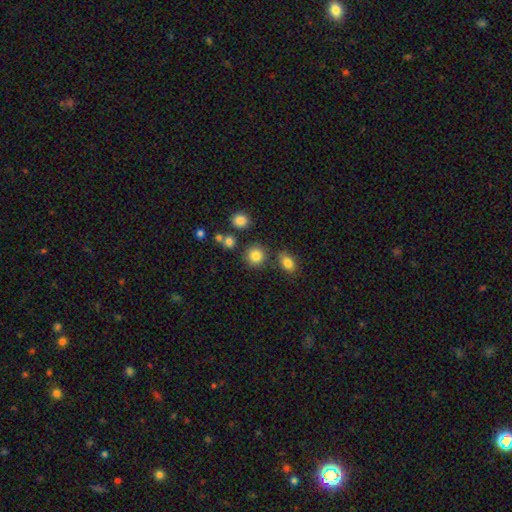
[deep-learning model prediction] Overall: smooth (83%). How rounded: round (88%). Merging: none (80%).